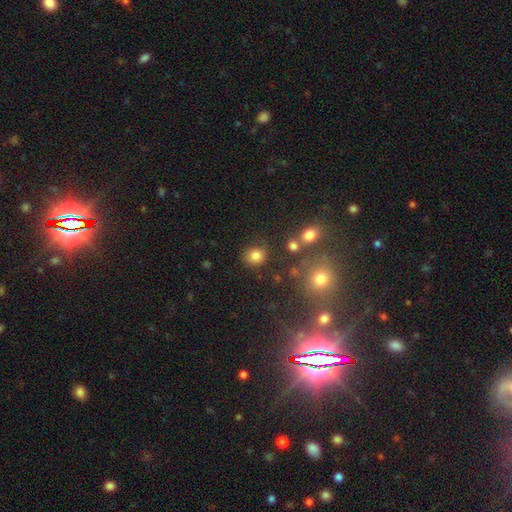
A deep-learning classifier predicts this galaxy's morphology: The model was most divided on "how rounded": round: 81%, in between: 17%, cigar-shaped: 1%. More confident: smooth or featured — smooth (82%); merging — none (82%).